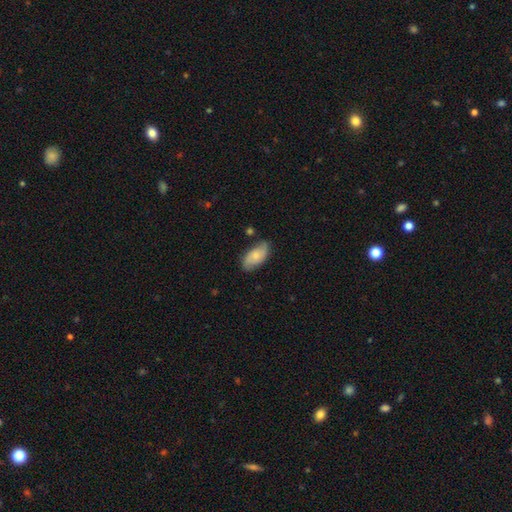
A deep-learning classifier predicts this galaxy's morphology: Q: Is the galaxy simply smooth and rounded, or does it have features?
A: smooth — 64%.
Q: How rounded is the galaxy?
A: in between — 93%.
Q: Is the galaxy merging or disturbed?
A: none — 74%.